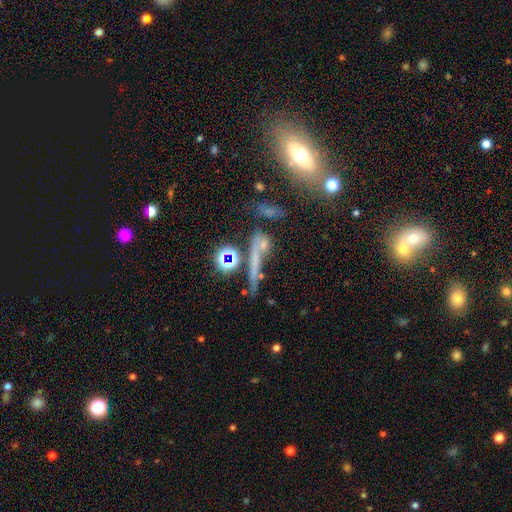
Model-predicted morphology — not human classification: Smooth or featured? Predicted: smooth (p=0.36). Merging? Predicted: none (p=0.44).